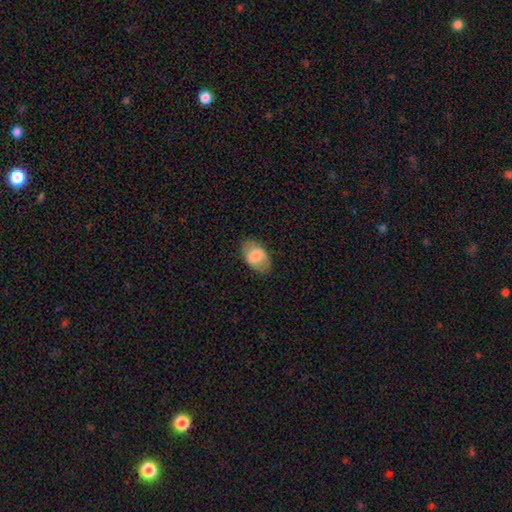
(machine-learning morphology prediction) Smooth or featured? Predicted: smooth (p=0.73). How rounded? Predicted: in between (p=0.89). Merging? Predicted: none (p=0.79).